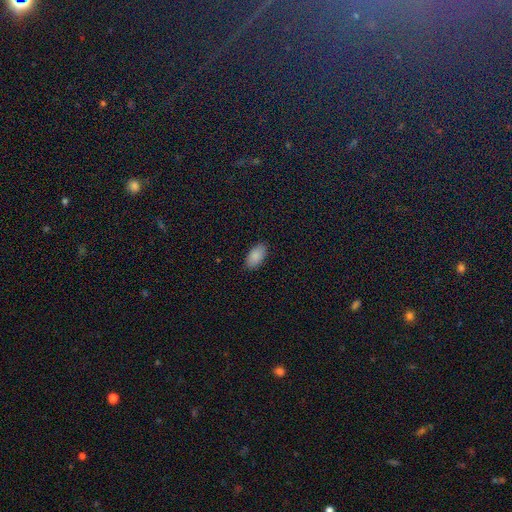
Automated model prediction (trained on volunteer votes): The model was most divided on "merging": none: 88%, minor disturbance: 9%, major disturbance: 2%, merger: 1%. More confident: how rounded — in between (95%); smooth or featured — smooth (88%).